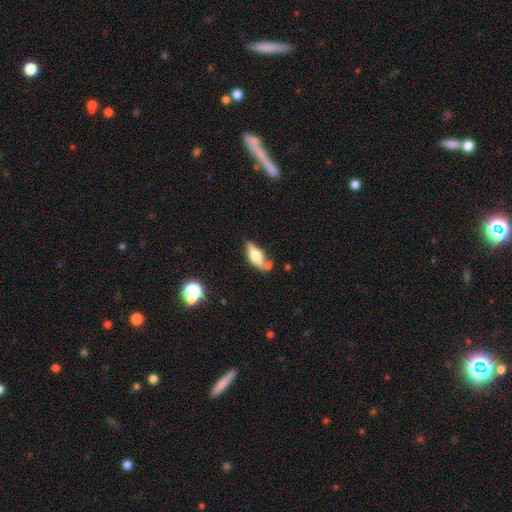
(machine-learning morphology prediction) type=smooth (54%); roundness=in between (66%); merging=none (63%).